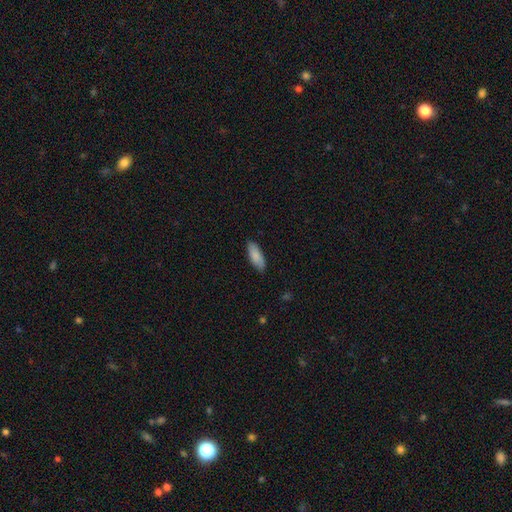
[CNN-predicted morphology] Smooth or featured: smooth — 85% (featured or disk — 10%)
How rounded: in between — 71% (cigar-shaped — 27%)
Merging: none — 84% (minor disturbance — 13%)